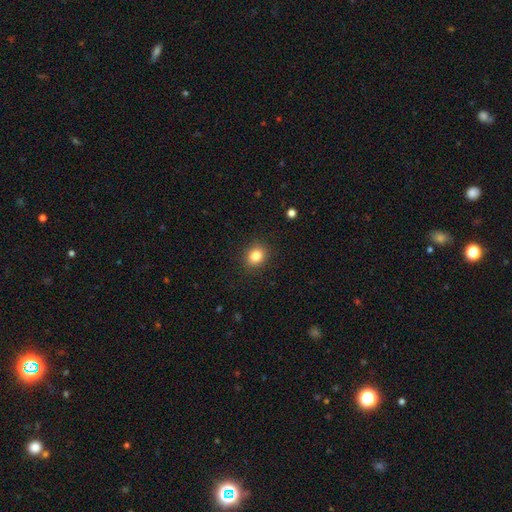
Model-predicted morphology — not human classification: smooth_or_featured: smooth (p=0.83) [alt: star or artifact p=0.11]
how_rounded: round (p=0.65) [alt: in between p=0.34]
merging: none (p=0.90) [alt: minor disturbance p=0.07]